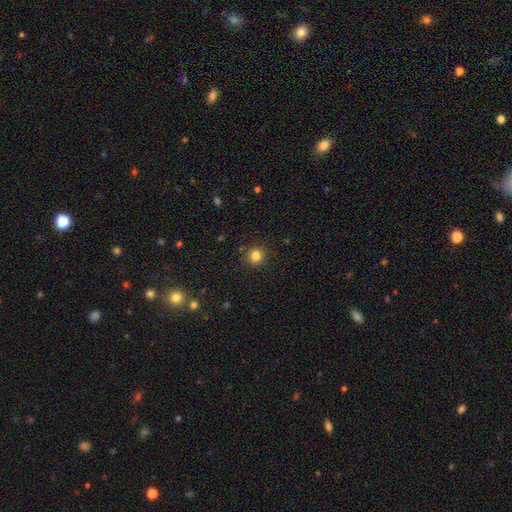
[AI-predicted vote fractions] Smooth or featured?
  - smooth: 83% *
  - star or artifact: 13%
  - featured or disk: 5%
How rounded?
  - round: 93% *
  - in between: 6%
  - cigar-shaped: 1%
Merging?
  - none: 89% *
  - minor disturbance: 7%
  - major disturbance: 2%
  - merger: 2%